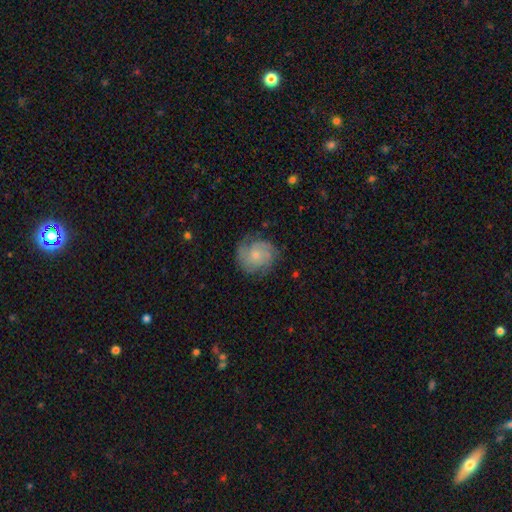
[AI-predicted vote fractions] Smooth or featured?
  - featured or disk: 66% *
  - smooth: 27%
  - star or artifact: 7%
Edge-on disk?
  - no: 98% *
  - yes: 2%
Bar?
  - no: 79% *
  - weak: 19%
  - strong: 2%
Spiral arms?
  - yes: 92% *
  - no: 8%
Spiral winding?
  - tight: 54% *
  - medium: 35%
  - loose: 11%
Spiral arm count?
  - can't tell: 29% *
  - 3: 26%
  - 2: 23%
  - 4: 10%
  - 1: 6%
  - more than 4: 6%
Bulge size?
  - small: 65% *
  - moderate: 26%
  - none: 6%
  - large: 2%
  - dominant: 1%
Merging?
  - none: 74% *
  - minor disturbance: 18%
  - major disturbance: 7%
  - merger: 1%